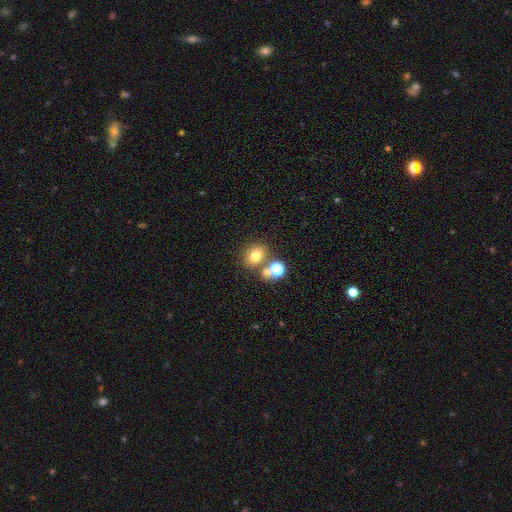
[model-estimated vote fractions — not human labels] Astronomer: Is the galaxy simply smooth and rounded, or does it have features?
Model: smooth — 73%.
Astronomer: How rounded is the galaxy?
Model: round — 59% (runner-up: in between, 40%).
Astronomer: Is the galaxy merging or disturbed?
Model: none — 65%.